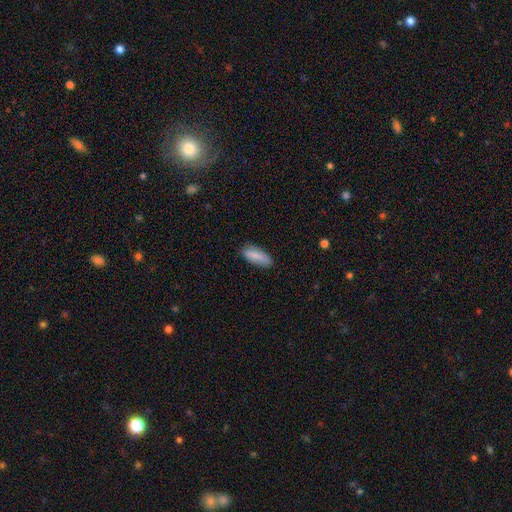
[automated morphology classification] Smooth or featured? smooth (84%)
How rounded? in between (67%)
Merging? none (80%)